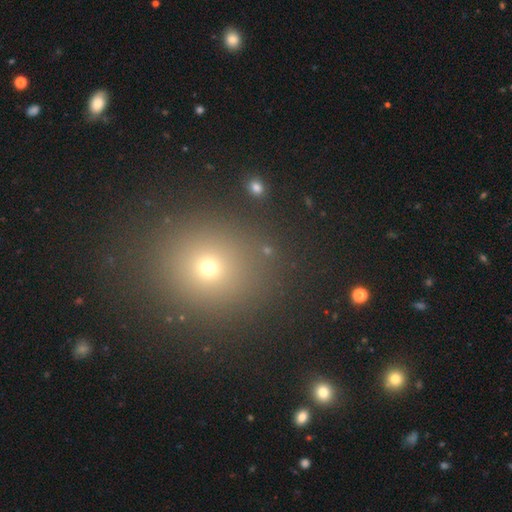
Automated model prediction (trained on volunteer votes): Smooth or featured?
  - smooth: 63% *
  - star or artifact: 28%
  - featured or disk: 9%
How rounded?
  - round: 80% *
  - in between: 19%
  - cigar-shaped: 1%
Merging?
  - none: 88% *
  - minor disturbance: 7%
  - major disturbance: 3%
  - merger: 2%